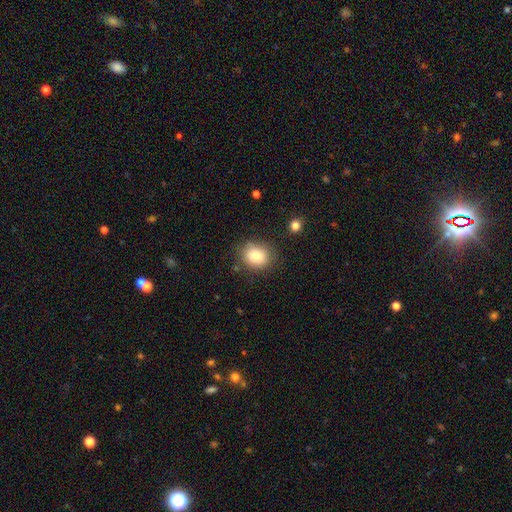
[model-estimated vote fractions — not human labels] A smooth galaxy with no disk features (83%) that is round (59%).

Vote fractions:
- Smooth or featured? smooth: 83% / star or artifact: 9% / featured or disk: 8%
- How rounded? round: 59% / in between: 41% / cigar-shaped: 1%
- Merging? none: 78% / minor disturbance: 15% / major disturbance: 4% / merger: 3%